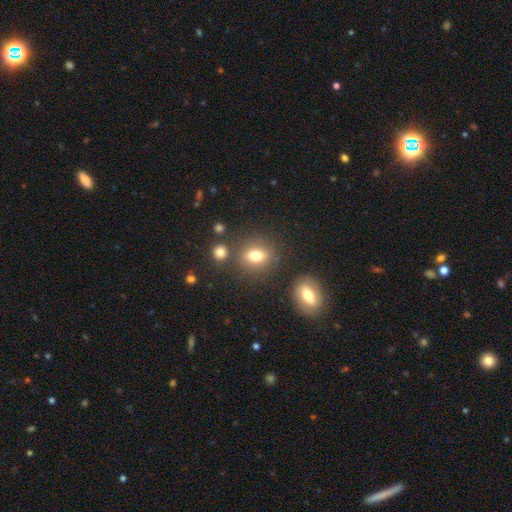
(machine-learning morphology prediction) smooth-or-featured: smooth: 74% | featured or disk: 14% | star or artifact: 13%
  how-rounded: in between: 52% | round: 45% | cigar-shaped: 3%
  merging: none: 76% | minor disturbance: 11% | merger: 9% | major disturbance: 4%